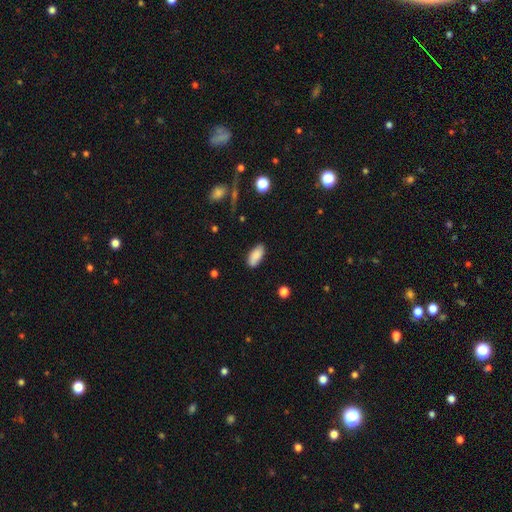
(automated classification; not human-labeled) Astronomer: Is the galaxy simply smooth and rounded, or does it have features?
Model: smooth — 86%.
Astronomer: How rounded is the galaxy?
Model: in between — 89%.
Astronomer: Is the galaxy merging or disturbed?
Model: none — 84%.